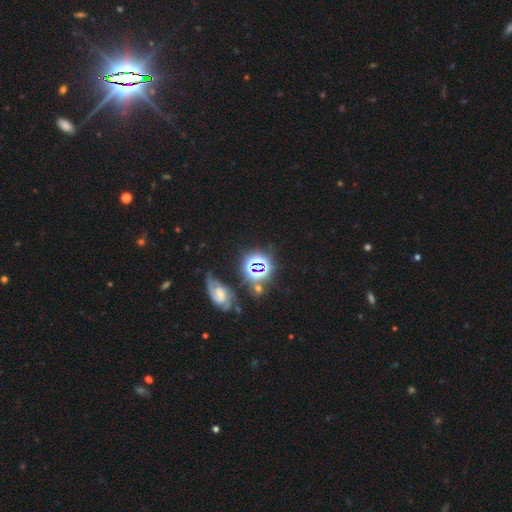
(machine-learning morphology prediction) Smooth or featured? star or artifact (68%)